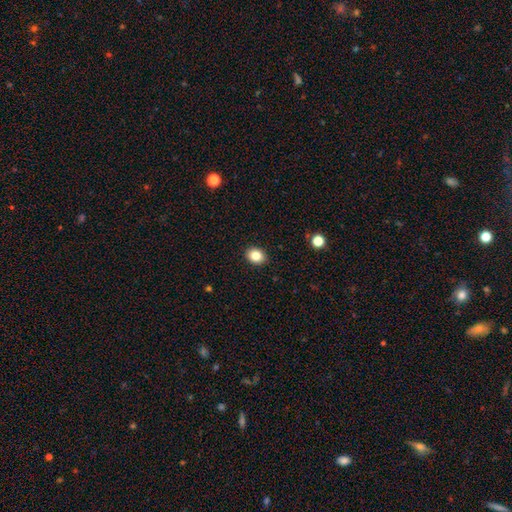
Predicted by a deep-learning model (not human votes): A smooth galaxy with no disk features (84%) that is round (50%). Merging: none (91%).